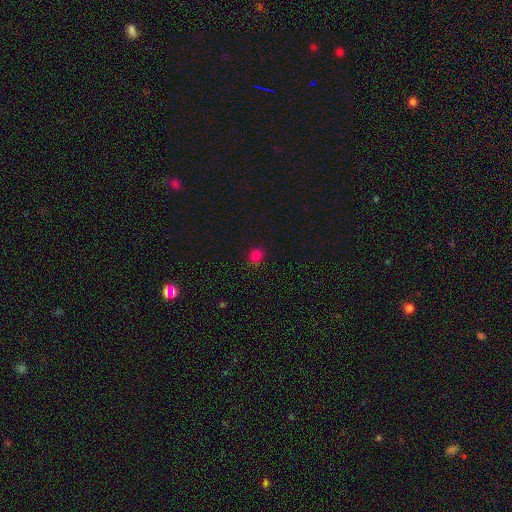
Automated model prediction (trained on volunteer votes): A smooth galaxy with no disk features (78%) that is round (75%).

Vote fractions:
- Smooth or featured? smooth: 78% / star or artifact: 18% / featured or disk: 4%
- How rounded? round: 75% / in between: 23% / cigar-shaped: 1%
- Merging? none: 84% / minor disturbance: 12% / major disturbance: 3% / merger: 1%